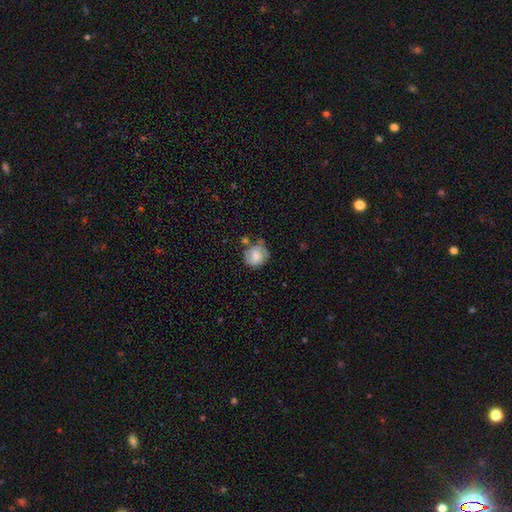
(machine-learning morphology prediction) Smooth or featured? Predicted: smooth (p=0.62). How rounded? Predicted: round (p=0.74). Merging? Predicted: none (p=0.57).